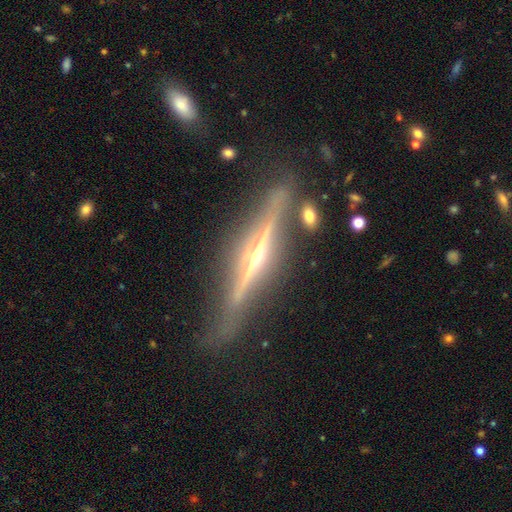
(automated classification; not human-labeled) smooth-or-featured: featured or disk: 87% | smooth: 7% | star or artifact: 6%
  disk-edge-on: yes: 96% | no: 4%
    edge-on-bulge: rounded: 91% | none: 5% | boxy: 4%
  merging: none: 75% | minor disturbance: 15% | major disturbance: 5% | merger: 4%